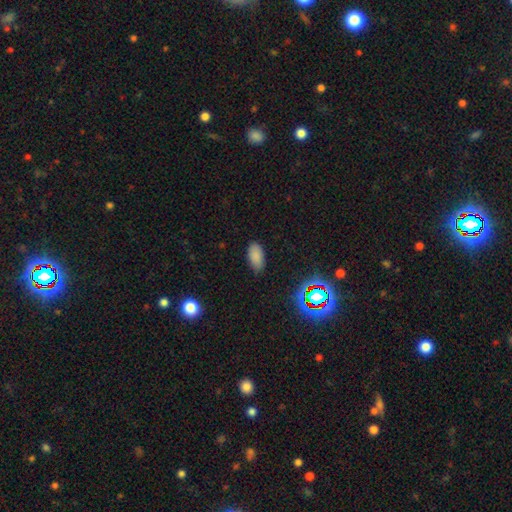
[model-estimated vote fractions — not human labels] Smooth or featured? smooth (82%)
How rounded? in between (93%)
Merging? none (83%)